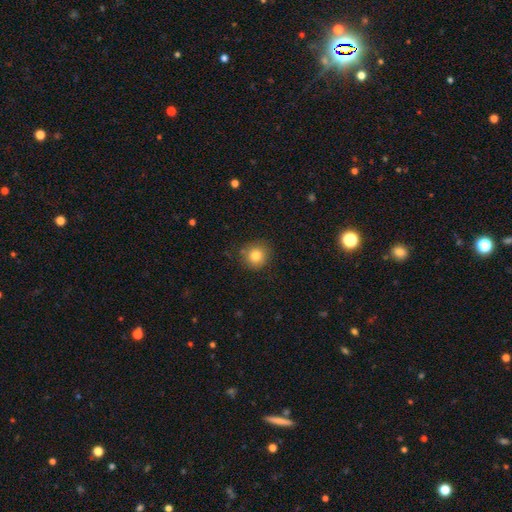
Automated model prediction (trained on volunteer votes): Smooth or featured? smooth (81%)
How rounded? round (90%)
Merging? none (83%)